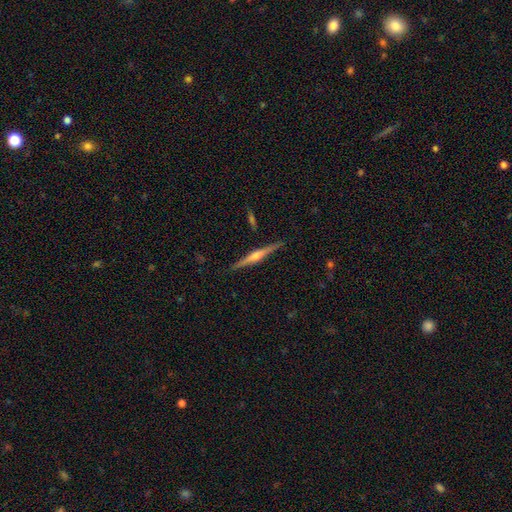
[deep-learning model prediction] A featured or disk galaxy (80%) viewed edge-on (98%) with a rounded central bulge (85%).

Vote fractions:
- Smooth or featured? featured or disk: 80% / smooth: 15% / star or artifact: 5%
- Edge-on disk? yes: 98% / no: 2%
- Edge-on bulge? rounded: 85% / boxy: 8% / none: 7%
- Merging? none: 91% / minor disturbance: 7% / merger: 1% / major disturbance: 1%